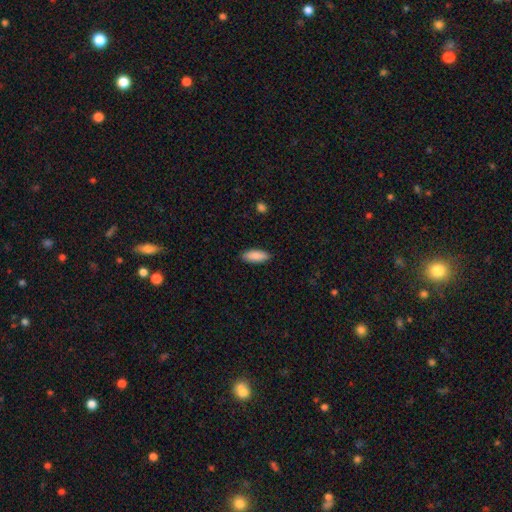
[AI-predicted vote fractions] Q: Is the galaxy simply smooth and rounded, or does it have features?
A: smooth — 89%.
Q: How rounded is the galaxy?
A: in between — 75%.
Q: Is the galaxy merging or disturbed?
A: none — 88%.